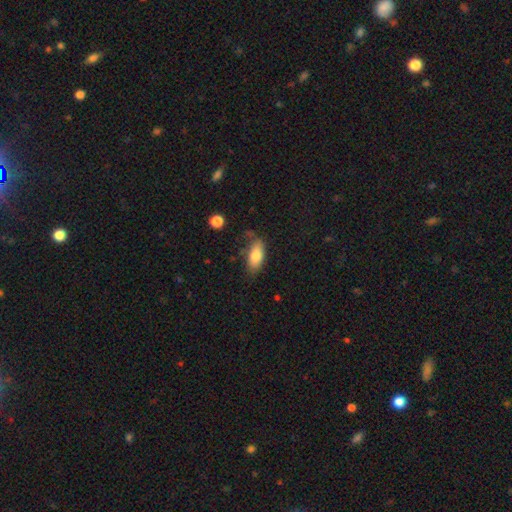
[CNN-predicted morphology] Smooth or featured?
  - smooth: 79% *
  - featured or disk: 14%
  - star or artifact: 7%
How rounded?
  - in between: 86% *
  - cigar-shaped: 11%
  - round: 3%
Merging?
  - none: 59% *
  - minor disturbance: 27%
  - major disturbance: 10%
  - merger: 4%